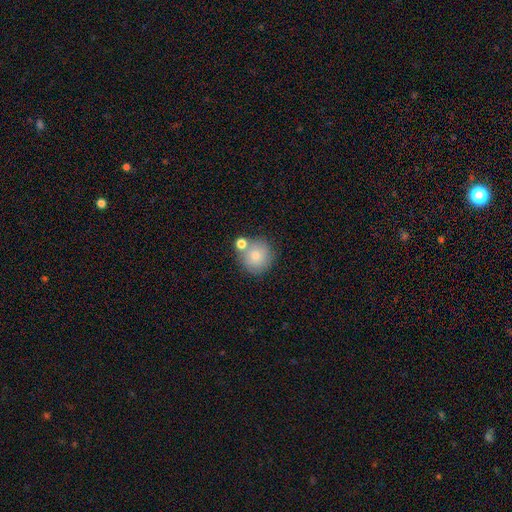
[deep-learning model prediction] Smooth or featured? Predicted: smooth (p=0.77). How rounded? Predicted: round (p=0.92). Merging? Predicted: none (p=0.65).